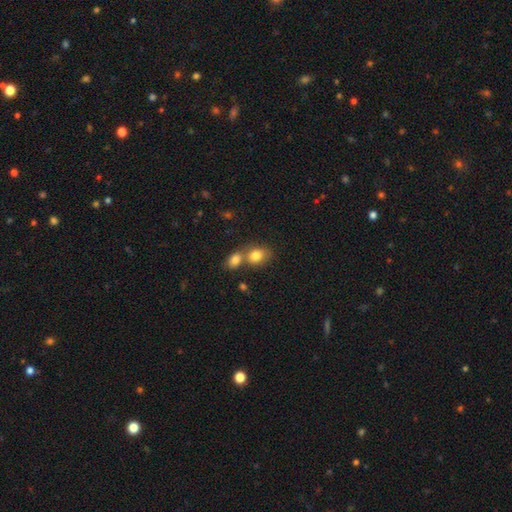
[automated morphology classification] Smooth or featured: smooth — 82% (star or artifact — 9%)
How rounded: in between — 58% (round — 41%)
Merging: merger — 50% (none — 37%)